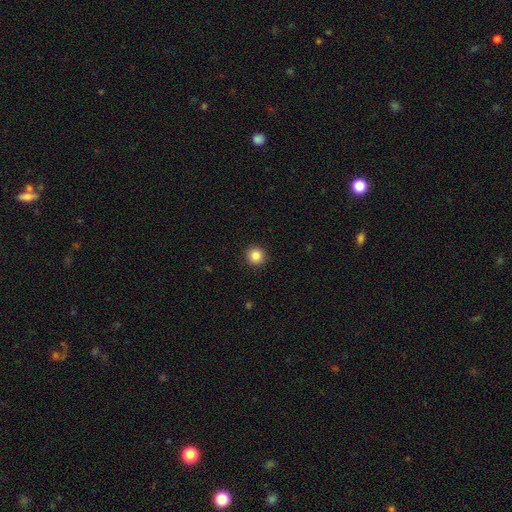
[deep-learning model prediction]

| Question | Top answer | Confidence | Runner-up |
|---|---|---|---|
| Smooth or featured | smooth | 86% | star or artifact (10%) |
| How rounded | round | 94% | in between (5%) |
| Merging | none | 93% | minor disturbance (5%) |